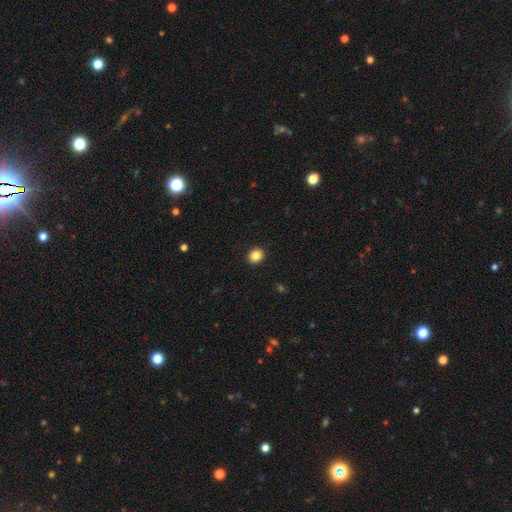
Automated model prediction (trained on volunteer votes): Smooth or featured? Predicted: smooth (p=0.85). How rounded? Predicted: round (p=0.78). Merging? Predicted: none (p=0.92).